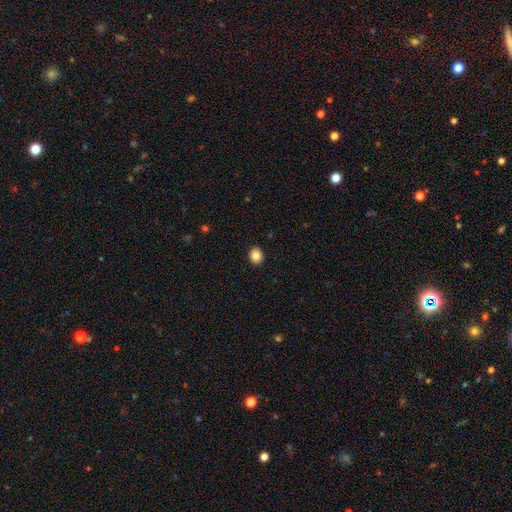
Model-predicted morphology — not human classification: smooth 85%, star or artifact 10%, featured or disk 6%. Down the decision tree: how rounded — round (67%); merging — none (92%).